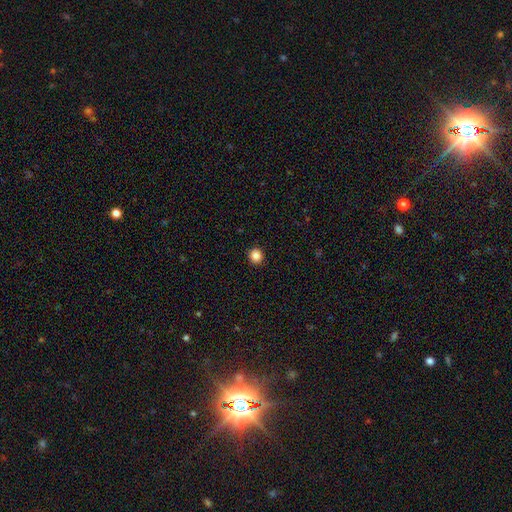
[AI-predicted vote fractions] Morphology: type=smooth (86%); roundness=round (90%); merging=none (93%).